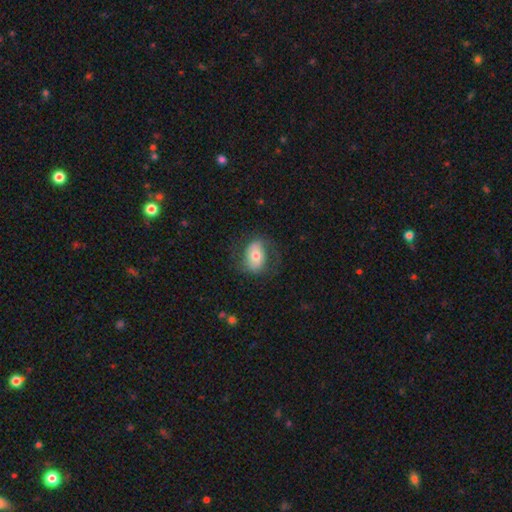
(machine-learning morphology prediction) This appears to be a smooth galaxy with no disk features (56%) that is in between round and cigar-shaped (77%). Merging: none (66%).